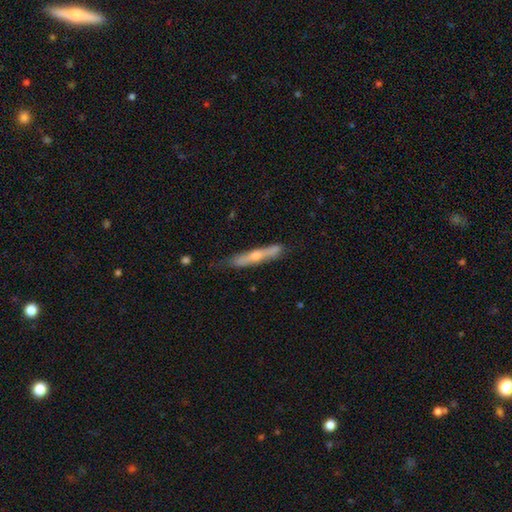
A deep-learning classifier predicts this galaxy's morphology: Smooth or featured? Predicted: featured or disk (p=0.52). Edge-on disk? Predicted: yes (p=0.87). Merging? Predicted: none (p=0.69).